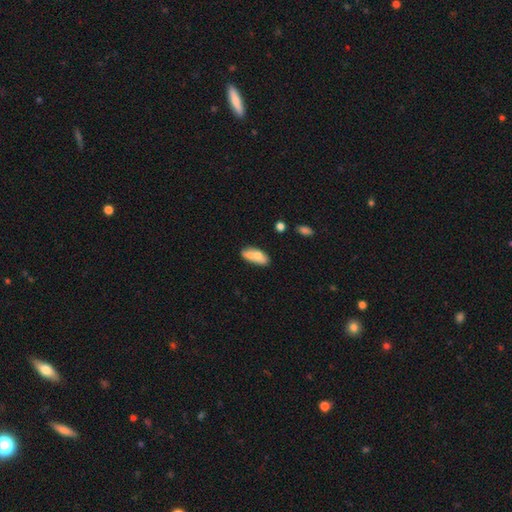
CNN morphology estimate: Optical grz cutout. It shows a smooth galaxy with no disk features (64%) that is in between round and cigar-shaped (82%). Merging: none (41%).